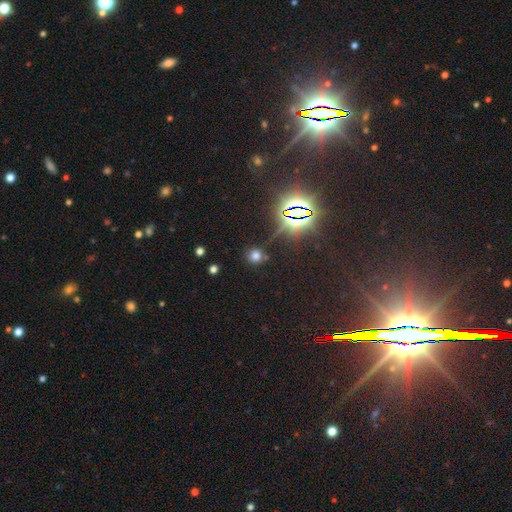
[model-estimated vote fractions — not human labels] Smooth or featured: smooth — 62% (star or artifact — 30%)
How rounded: round — 89% (in between — 10%)
Merging: none — 79% (minor disturbance — 11%)